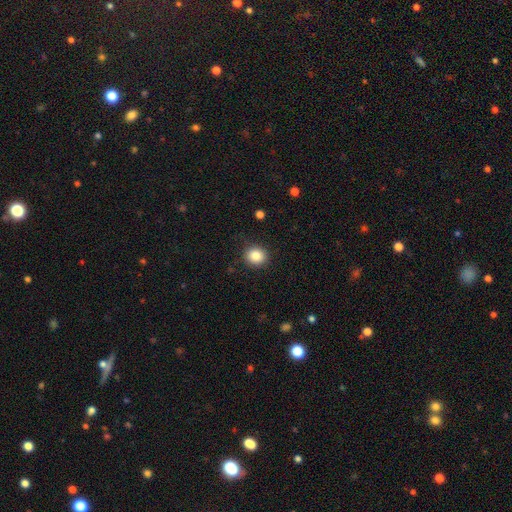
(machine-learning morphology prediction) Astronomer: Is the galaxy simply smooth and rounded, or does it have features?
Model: smooth — 85%.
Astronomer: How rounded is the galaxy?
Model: round — 83%.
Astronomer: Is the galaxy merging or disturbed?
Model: none — 88%.